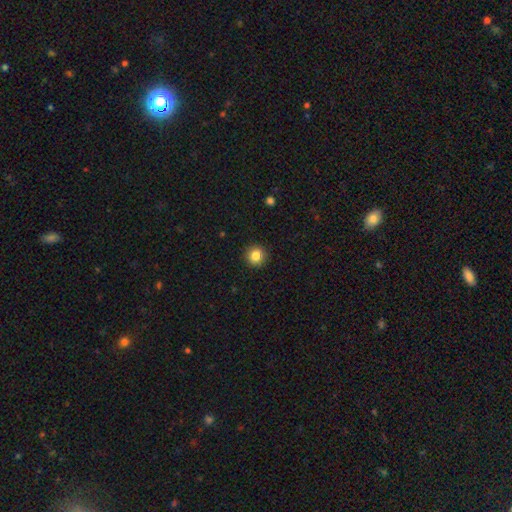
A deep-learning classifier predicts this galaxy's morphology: A smooth galaxy with no disk features (84%) that is round (91%).

Vote fractions:
- Smooth or featured? smooth: 84% / star or artifact: 10% / featured or disk: 5%
- How rounded? round: 91% / in between: 8% / cigar-shaped: 1%
- Merging? none: 92% / minor disturbance: 5% / major disturbance: 2% / merger: 1%